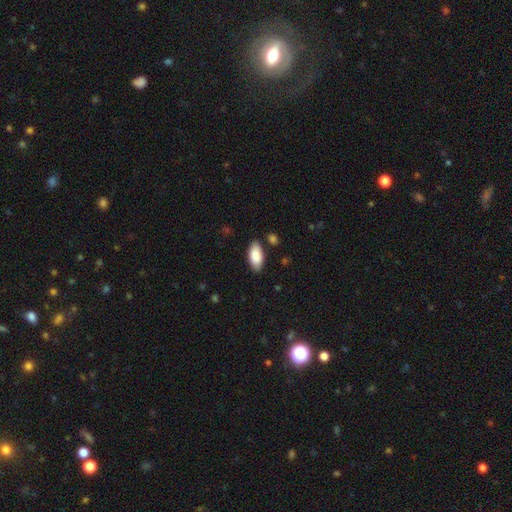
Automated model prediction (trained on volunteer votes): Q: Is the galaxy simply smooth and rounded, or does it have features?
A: smooth — 88%.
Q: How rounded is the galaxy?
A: in between — 92%.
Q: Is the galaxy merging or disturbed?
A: none — 83%.